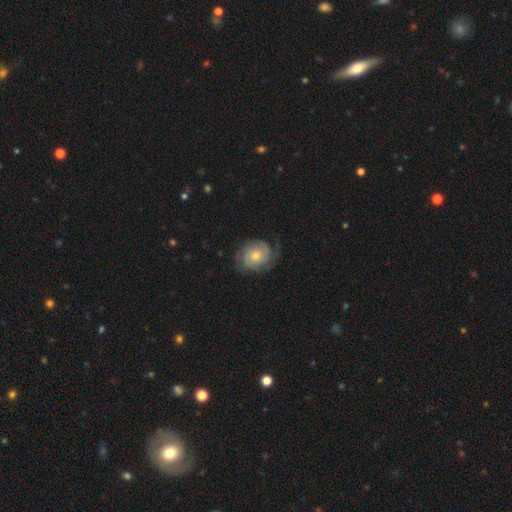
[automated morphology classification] type=featured or disk (67%); edge-on=no (98%); bar=no (79%); spiral arms=yes (90%); winding=tight (55%); arm count=2 (42%); bulge=moderate (49%); merging=none (67%).